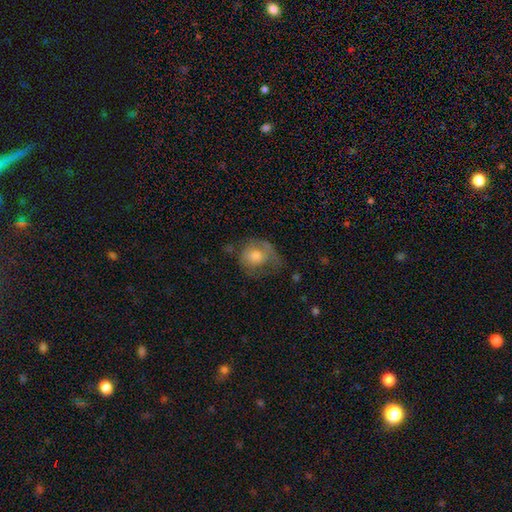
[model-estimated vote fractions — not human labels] Smooth or featured: smooth — 56% (featured or disk — 35%)
How rounded: round — 66% (in between — 33%)
Merging: none — 37% (major disturbance — 32%)